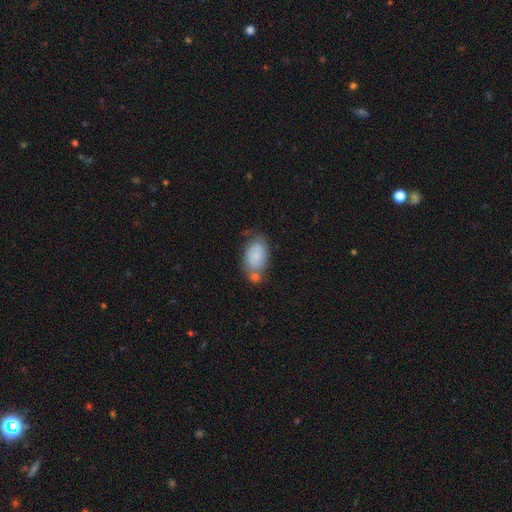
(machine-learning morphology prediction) smooth 77%, featured or disk 16%, star or artifact 7%. Down the decision tree: how rounded — in between (91%); merging — none (48%).